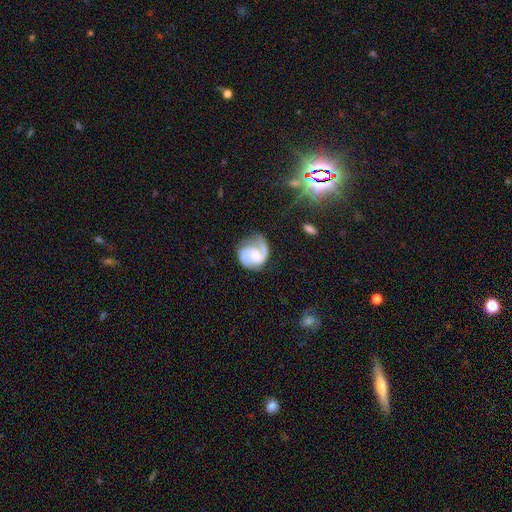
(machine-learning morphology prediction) smooth-or-featured: featured or disk: 84% | smooth: 10% | star or artifact: 5%
  disk-edge-on: no: 98% | yes: 2%
    bar: no: 57% | weak: 36% | strong: 8%
    has-spiral-arms: yes: 97% | no: 3%
      spiral-winding: medium: 49% | tight: 35% | loose: 16%
      spiral-arm-count: 2: 79% | 1: 9% | can't tell: 5% | 3: 4% | 4: 1% | more than 4: 1%
    bulge-size: moderate: 46% | small: 39% | none: 8% | large: 5% | dominant: 1%
  merging: none: 60% | minor disturbance: 24% | major disturbance: 14% | merger: 2%